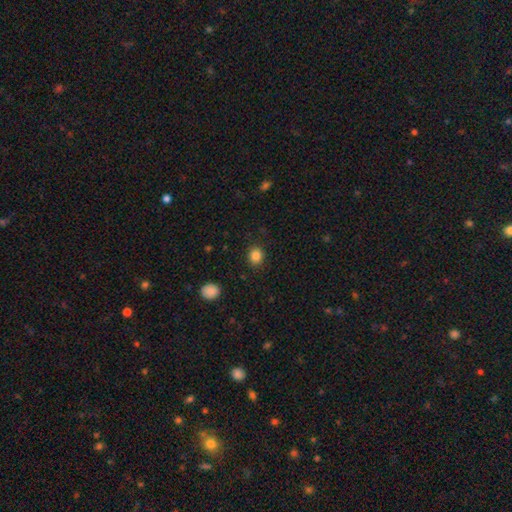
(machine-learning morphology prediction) Overall: smooth (85%). How rounded: round (73%). Merging: none (89%).